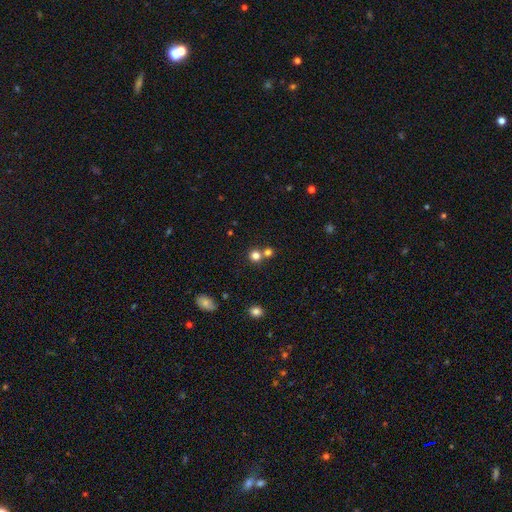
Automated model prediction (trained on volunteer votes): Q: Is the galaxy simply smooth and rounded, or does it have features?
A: smooth — 78%.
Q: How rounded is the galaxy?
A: round — 90%.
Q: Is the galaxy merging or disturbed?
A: none — 60%.